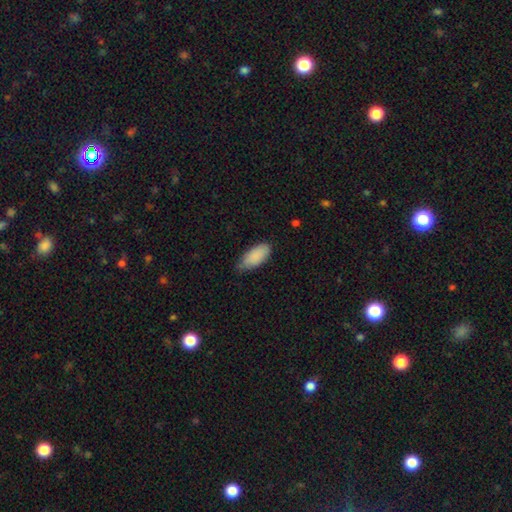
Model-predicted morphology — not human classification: Overall: smooth (89%). How rounded: in between (90%). Merging: none (64%; minor disturbance 31%).